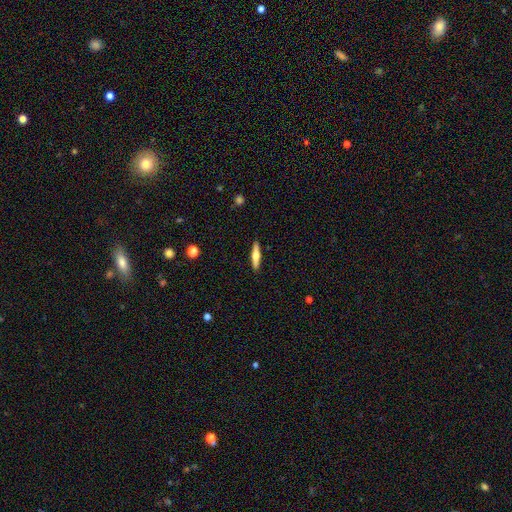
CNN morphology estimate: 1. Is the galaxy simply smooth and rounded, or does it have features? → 50% featured or disk, 44% smooth, 6% star or artifact.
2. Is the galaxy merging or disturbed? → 91% none, 7% minor disturbance, 2% major disturbance, 1% merger.